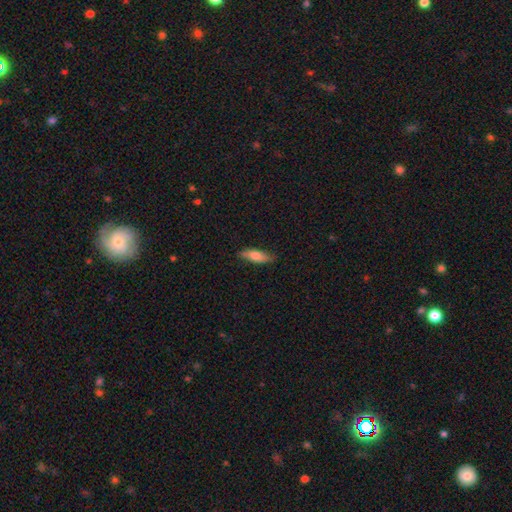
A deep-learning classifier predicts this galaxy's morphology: smooth 69%, featured or disk 25%, star or artifact 6%. Down the decision tree: how rounded — in between (53%); merging — none (81%).